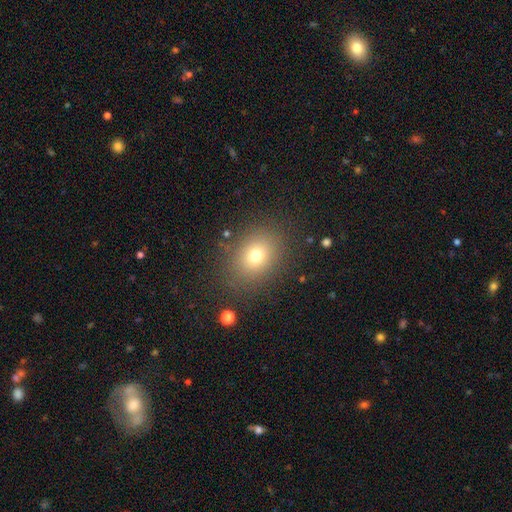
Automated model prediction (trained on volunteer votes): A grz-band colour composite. It shows a smooth galaxy with no disk features (73%) that is round (52%). Merging: none (85%).